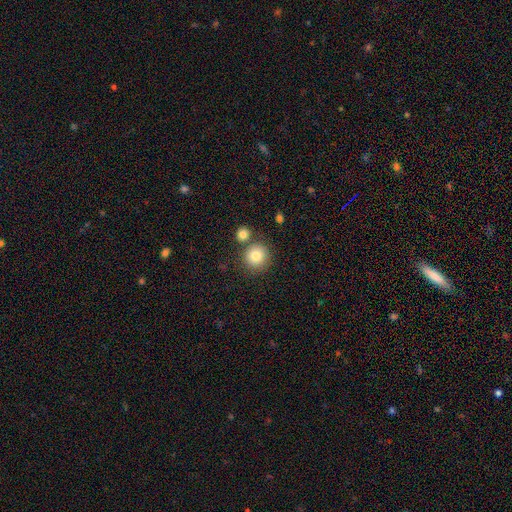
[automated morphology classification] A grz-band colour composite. It shows a smooth galaxy with no disk features (83%) that is round (93%). Merging: none (75%).